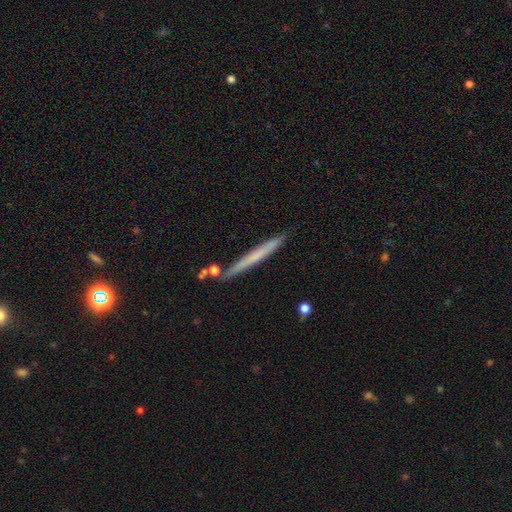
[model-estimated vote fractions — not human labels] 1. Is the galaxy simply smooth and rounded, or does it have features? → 51% smooth, 42% featured or disk, 6% star or artifact.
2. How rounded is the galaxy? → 97% cigar-shaped, 2% in between, 1% round.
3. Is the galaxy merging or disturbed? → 85% none, 9% minor disturbance, 4% merger, 2% major disturbance.